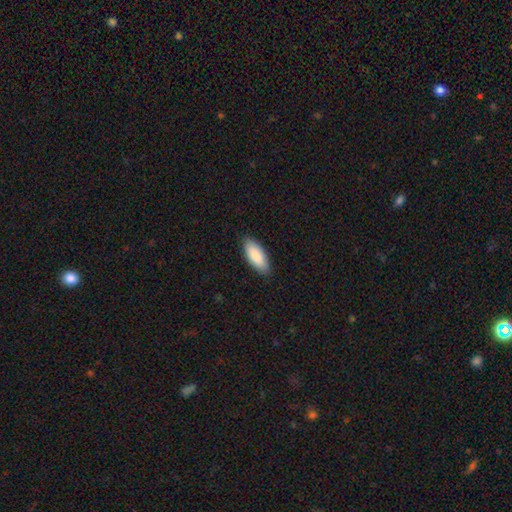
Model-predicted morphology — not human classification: smooth_or_featured: smooth (p=0.89) [alt: featured or disk p=0.06]
how_rounded: in between (p=0.82) [alt: cigar-shaped p=0.16]
merging: none (p=0.88) [alt: minor disturbance p=0.09]